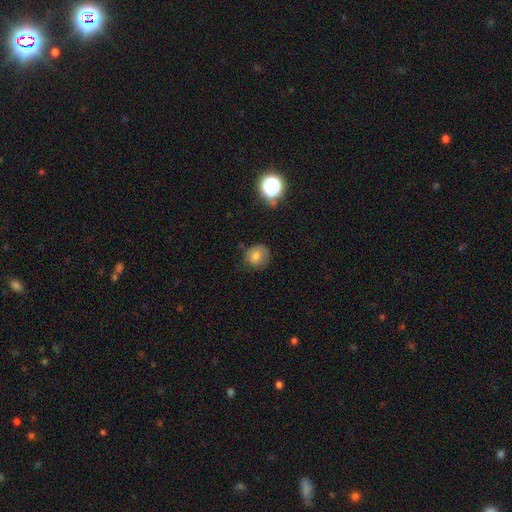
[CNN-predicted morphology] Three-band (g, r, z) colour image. It shows a smooth galaxy with no disk features (72%) that is round (76%). Merging: none (66%).